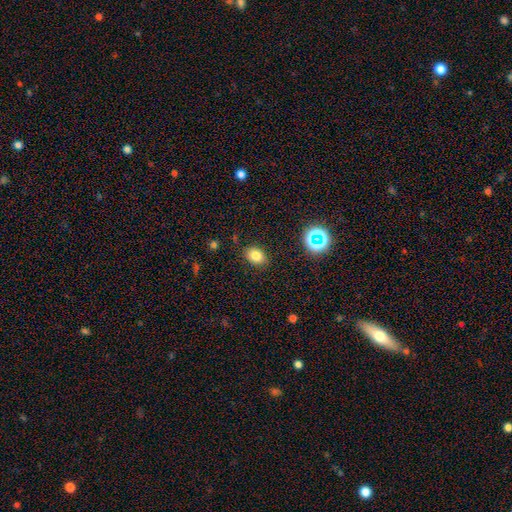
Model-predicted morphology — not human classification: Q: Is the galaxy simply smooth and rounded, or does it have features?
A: smooth — 79%.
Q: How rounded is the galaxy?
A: in between — 70%.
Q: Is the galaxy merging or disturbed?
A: none — 86%.